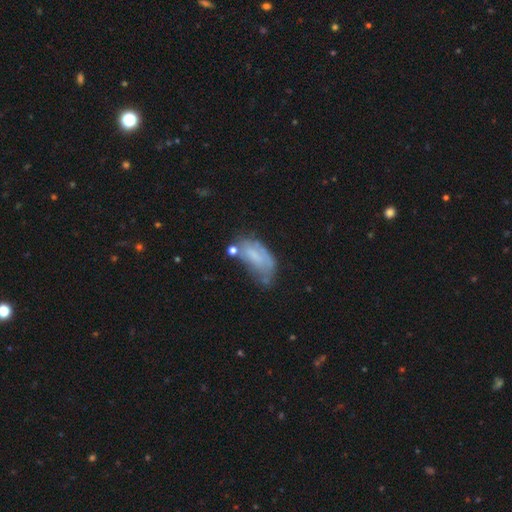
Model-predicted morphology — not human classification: Smooth or featured: smooth — 54% (featured or disk — 36%)
How rounded: in between — 88% (cigar-shaped — 9%)
Merging: minor disturbance — 34% (none — 31%)